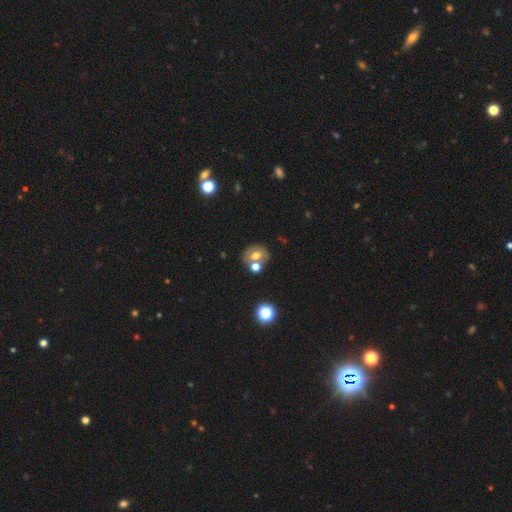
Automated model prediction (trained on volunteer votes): Smooth or featured: smooth — 59% (featured or disk — 28%)
How rounded: round — 65% (in between — 34%)
Merging: none — 56% (merger — 29%)